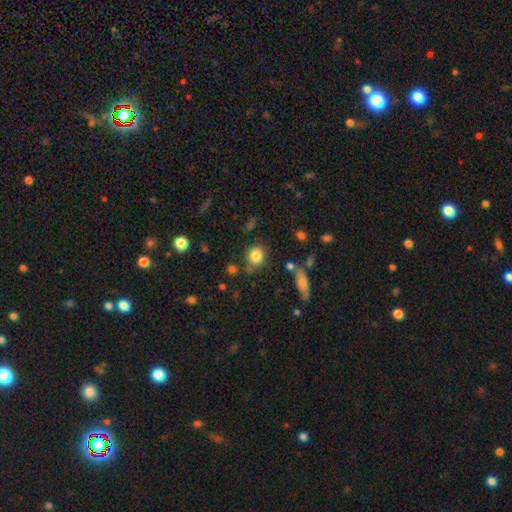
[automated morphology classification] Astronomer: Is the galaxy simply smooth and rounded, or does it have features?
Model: smooth — 83%.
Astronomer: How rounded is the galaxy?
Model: round — 74%.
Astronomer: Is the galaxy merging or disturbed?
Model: none — 74%.